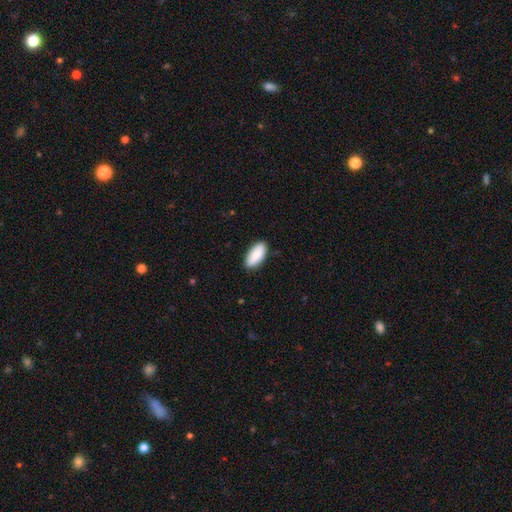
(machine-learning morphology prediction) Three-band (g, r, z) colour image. It shows a smooth galaxy with no disk features (88%) that is in between round and cigar-shaped (89%). Merging: none (88%).